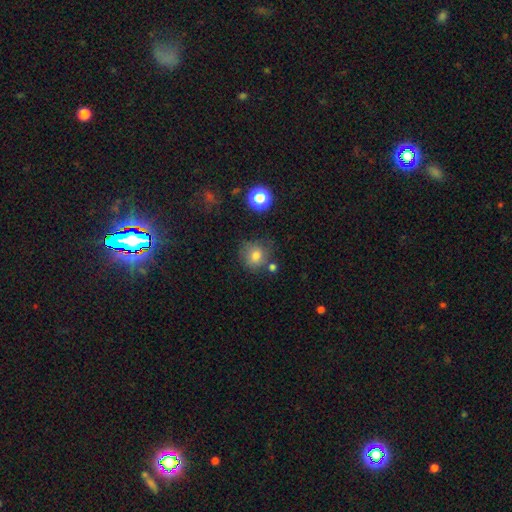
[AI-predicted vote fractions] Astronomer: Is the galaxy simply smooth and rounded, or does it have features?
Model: smooth — 77%.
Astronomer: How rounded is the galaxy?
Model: round — 88%.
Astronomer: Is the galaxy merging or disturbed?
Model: none — 69%.